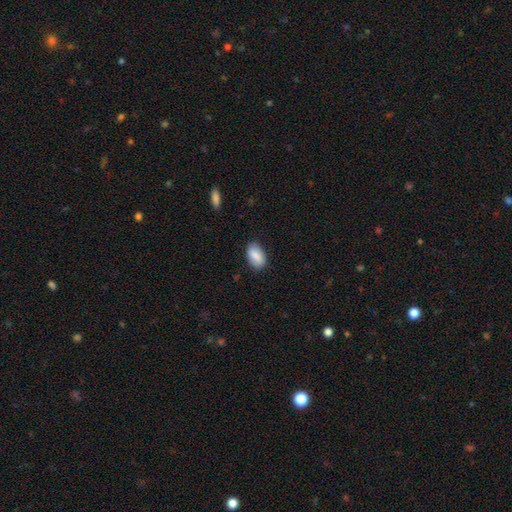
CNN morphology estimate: smooth-or-featured: smooth: 84% | featured or disk: 10% | star or artifact: 7%
  how-rounded: in between: 93% | round: 5% | cigar-shaped: 2%
  merging: none: 83% | minor disturbance: 13% | major disturbance: 3% | merger: 1%